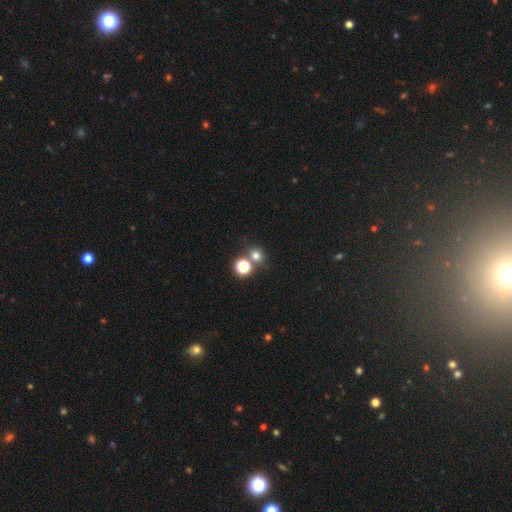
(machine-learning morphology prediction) smooth-or-featured: smooth: 71% | star or artifact: 22% | featured or disk: 8%
  how-rounded: round: 82% | in between: 17% | cigar-shaped: 1%
  merging: none: 64% | merger: 24% | minor disturbance: 8% | major disturbance: 4%